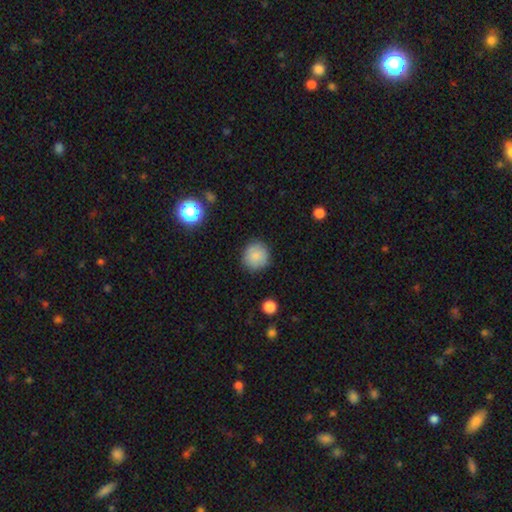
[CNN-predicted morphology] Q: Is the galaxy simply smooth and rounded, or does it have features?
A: smooth — 84%.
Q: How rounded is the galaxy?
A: round — 93%.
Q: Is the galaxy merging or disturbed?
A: none — 87%.